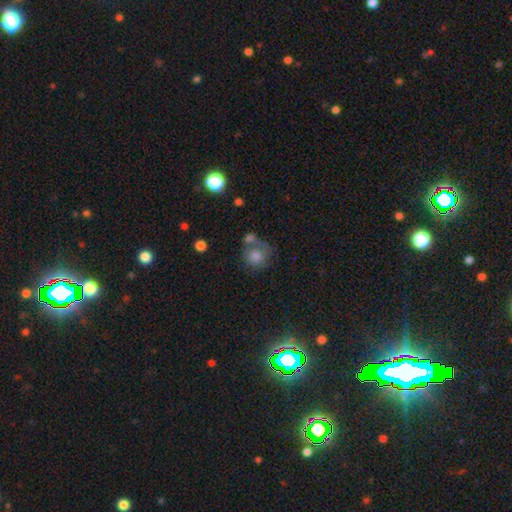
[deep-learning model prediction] A smooth galaxy with no disk features (64%) that is round (84%).

Vote fractions:
- Smooth or featured? smooth: 64% / featured or disk: 18% / star or artifact: 17%
- How rounded? round: 84% / in between: 15% / cigar-shaped: 1%
- Merging? none: 46% / merger: 28% / minor disturbance: 15% / major disturbance: 11%